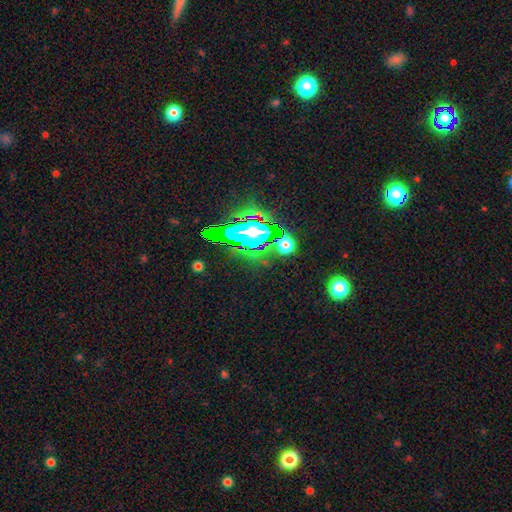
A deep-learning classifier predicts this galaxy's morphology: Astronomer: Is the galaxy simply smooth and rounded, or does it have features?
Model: star or artifact — 64%.